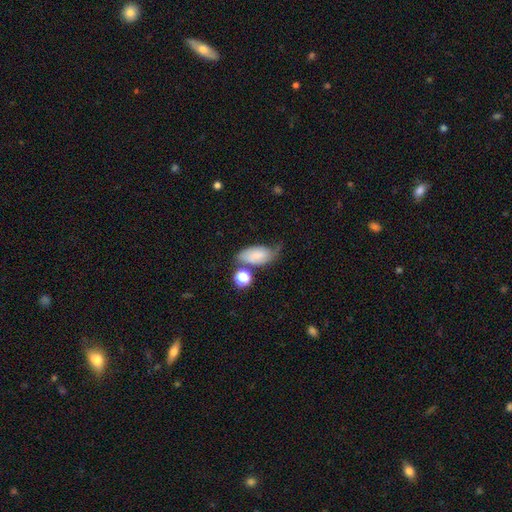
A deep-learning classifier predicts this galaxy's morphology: The model was most divided on "merging": none: 42%, minor disturbance: 29%, major disturbance: 15%, merger: 14%. More confident: how rounded — in between (88%); smooth or featured — smooth (63%).